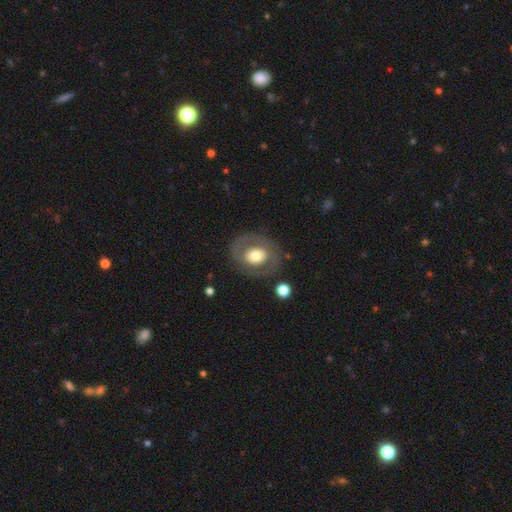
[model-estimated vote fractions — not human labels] Smooth or featured: featured or disk — 49% (smooth — 45%)
Merging: none — 77% (minor disturbance — 12%)